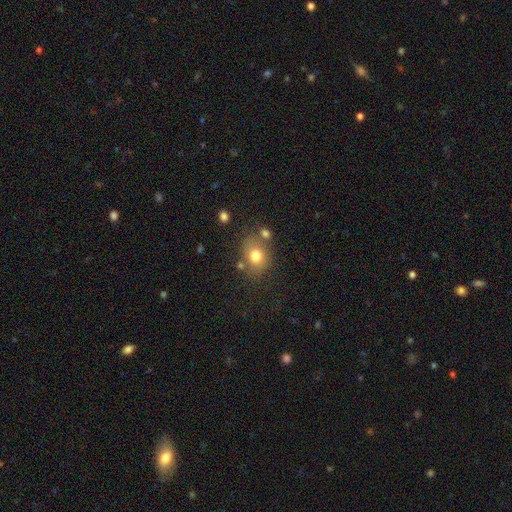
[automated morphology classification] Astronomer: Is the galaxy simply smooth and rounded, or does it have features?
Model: smooth — 75%.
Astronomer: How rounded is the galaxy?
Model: in between — 50% (runner-up: round, 49%).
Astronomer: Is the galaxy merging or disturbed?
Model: none — 66%.